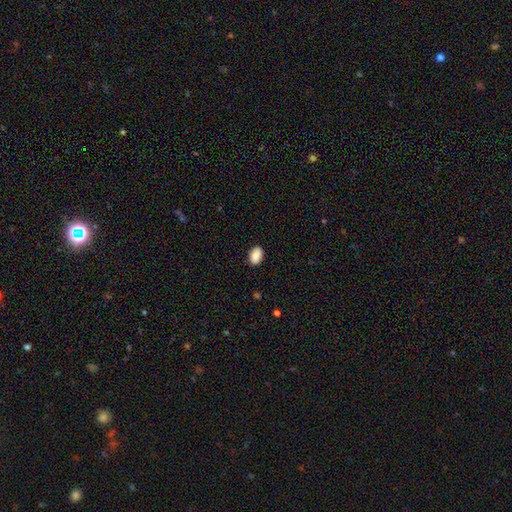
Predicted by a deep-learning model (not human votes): smooth 88%, star or artifact 7%, featured or disk 5%. Down the decision tree: how rounded — in between (88%); merging — none (86%).